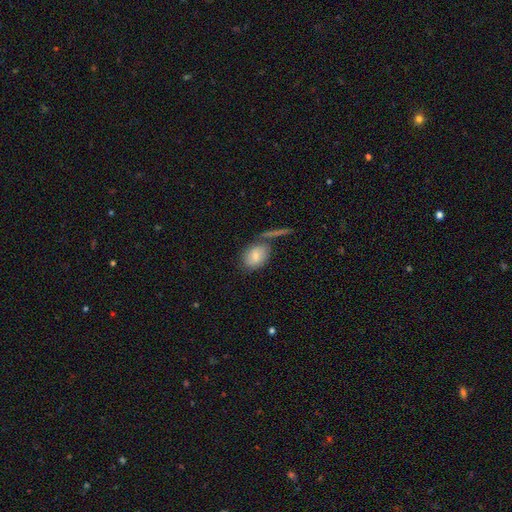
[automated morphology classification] Smooth or featured?
  - smooth: 74% *
  - featured or disk: 18%
  - star or artifact: 8%
How rounded?
  - in between: 72% *
  - round: 26%
  - cigar-shaped: 2%
Merging?
  - none: 56% *
  - merger: 19%
  - minor disturbance: 17%
  - major disturbance: 8%